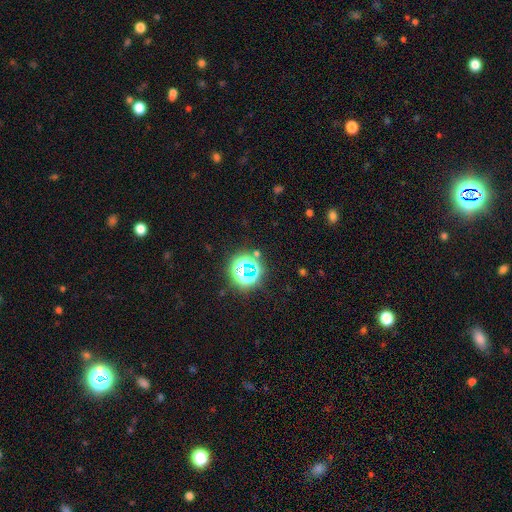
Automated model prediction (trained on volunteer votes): Morphology: type=star or artifact (72%).